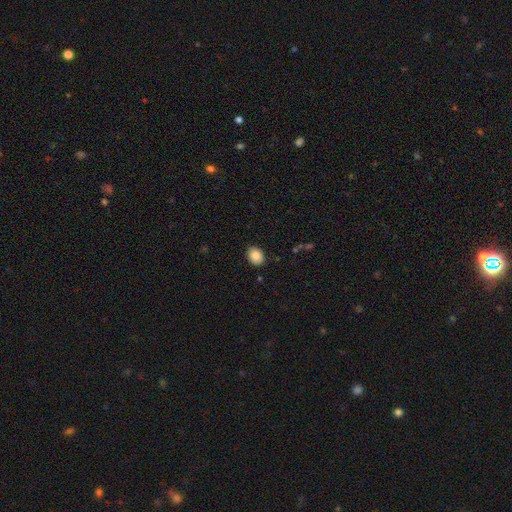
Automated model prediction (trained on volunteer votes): Overall: smooth (86%). How rounded: in between (62%; round 38%). Merging: none (85%).